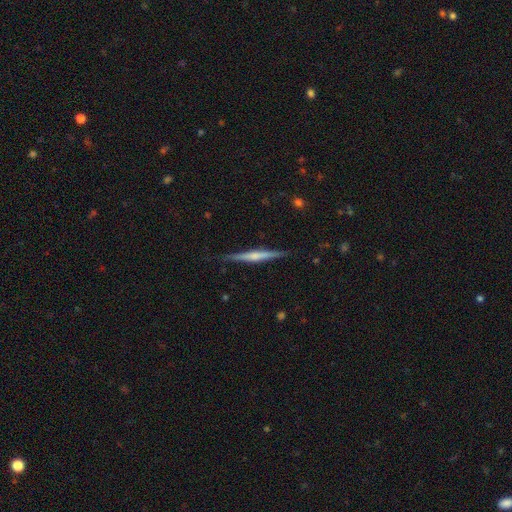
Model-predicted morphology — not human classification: featured or disk 66%, smooth 28%, star or artifact 6%. Down the decision tree: edge-on disk — yes (98%); edge-on bulge — rounded (60%); merging — none (88%).